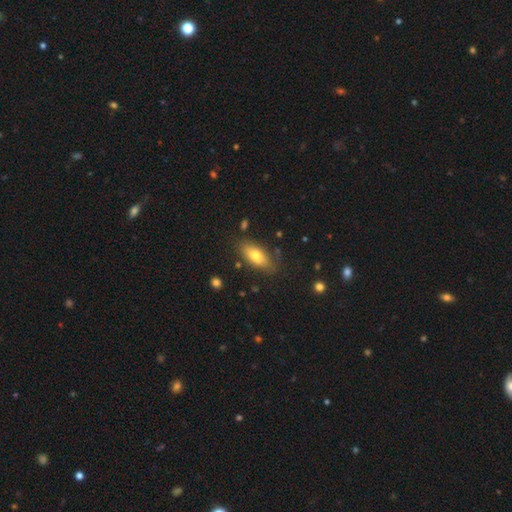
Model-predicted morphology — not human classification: Smooth or featured?
  - smooth: 73% *
  - featured or disk: 20%
  - star or artifact: 7%
How rounded?
  - in between: 83% *
  - cigar-shaped: 14%
  - round: 3%
Merging?
  - none: 78% *
  - minor disturbance: 15%
  - major disturbance: 4%
  - merger: 3%